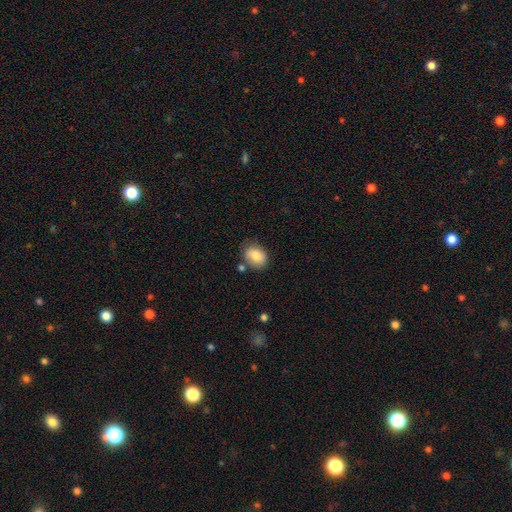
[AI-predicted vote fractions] smooth-or-featured: smooth: 84% | featured or disk: 9% | star or artifact: 8%
  how-rounded: in between: 67% | round: 32% | cigar-shaped: 1%
  merging: none: 69% | minor disturbance: 19% | merger: 7% | major disturbance: 5%